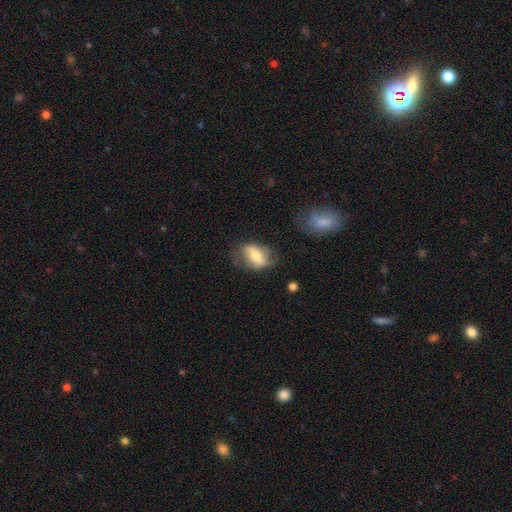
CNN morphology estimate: Smooth or featured? Predicted: smooth (p=0.53). How rounded? Predicted: in between (p=0.81). Merging? Predicted: none (p=0.59).